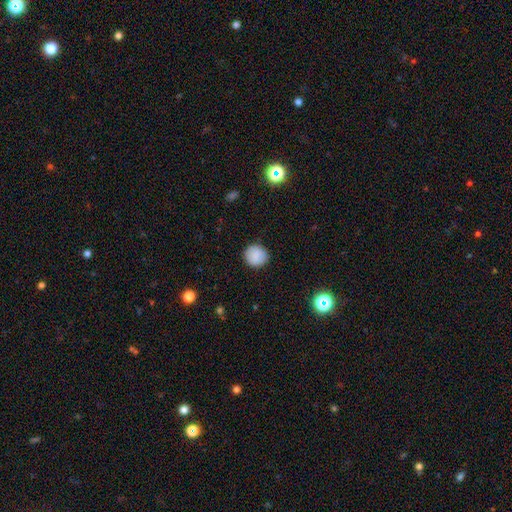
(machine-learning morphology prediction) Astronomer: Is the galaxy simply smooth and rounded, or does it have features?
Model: smooth — 86%.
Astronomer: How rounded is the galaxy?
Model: round — 91%.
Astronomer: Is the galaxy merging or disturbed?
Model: none — 90%.